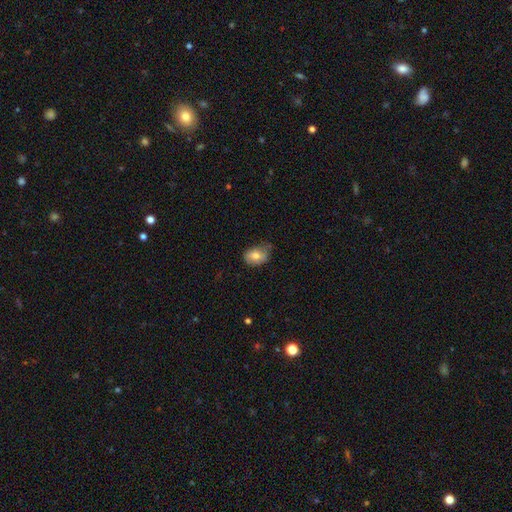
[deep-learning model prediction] This is likely a smooth galaxy (74%). How rounded: clearly in between (80%). Merging: marginally none (43%).